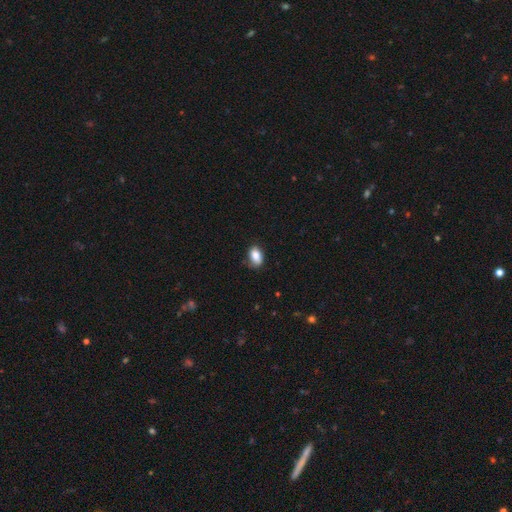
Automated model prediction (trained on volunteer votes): Smooth or featured: smooth — 86% (star or artifact — 8%)
How rounded: in between — 87% (round — 11%)
Merging: none — 72% (minor disturbance — 22%)